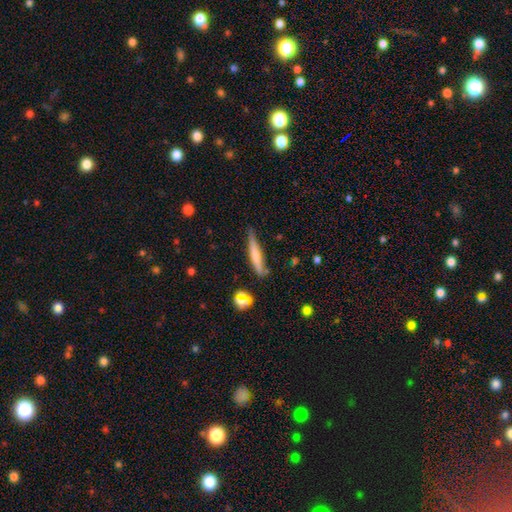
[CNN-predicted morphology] Smooth or featured? smooth (58%)
How rounded? cigar-shaped (91%)
Merging? none (70%)